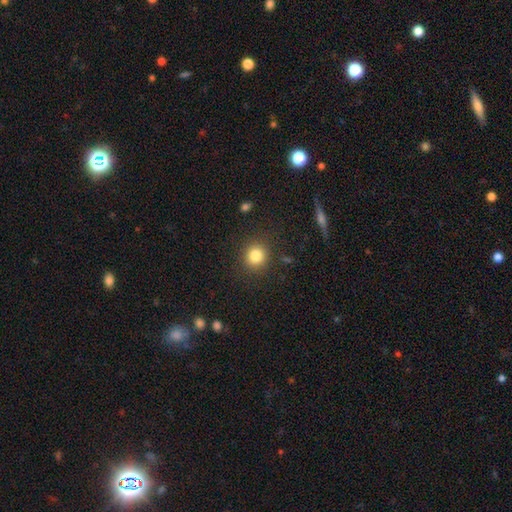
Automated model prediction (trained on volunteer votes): This is clearly a smooth galaxy (83%). How rounded: clearly round (88%). Merging: clearly none (89%).